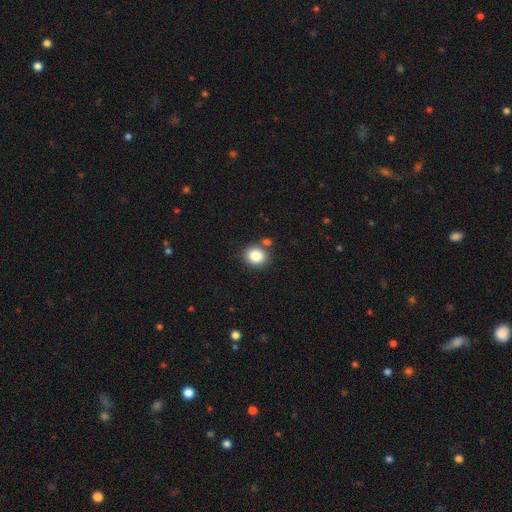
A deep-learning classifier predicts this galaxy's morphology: smooth-or-featured: smooth: 83% | star or artifact: 10% | featured or disk: 7%
  how-rounded: round: 70% | in between: 29% | cigar-shaped: 1%
  merging: none: 77% | merger: 10% | minor disturbance: 10% | major disturbance: 3%